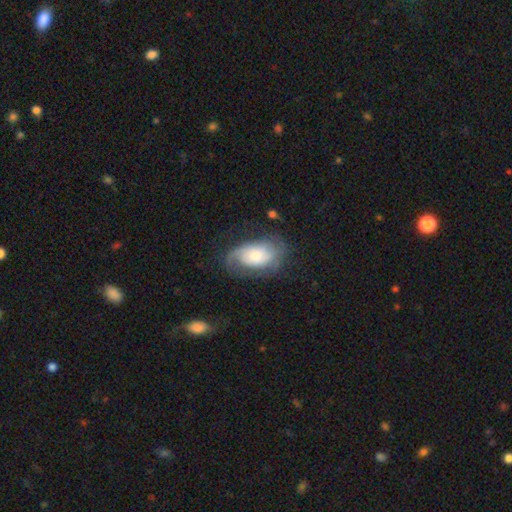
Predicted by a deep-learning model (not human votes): A featured or disk galaxy (61%) with no bar (72%), 2 (46%) medium (39%) spiral arms (86%) and a moderate central bulge (38%). Merging: none (55%).